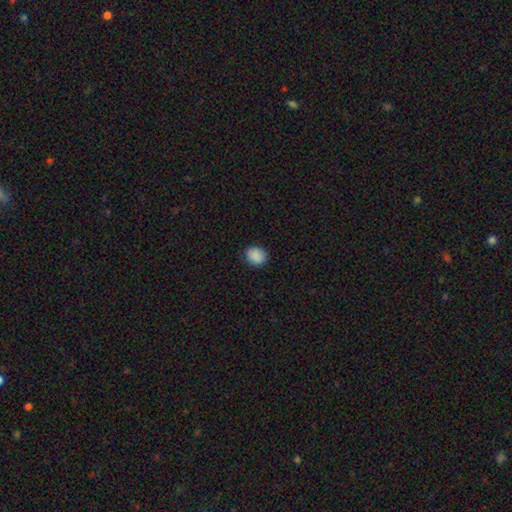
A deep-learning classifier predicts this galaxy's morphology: type=smooth (89%); roundness=round (66%); merging=none (87%).